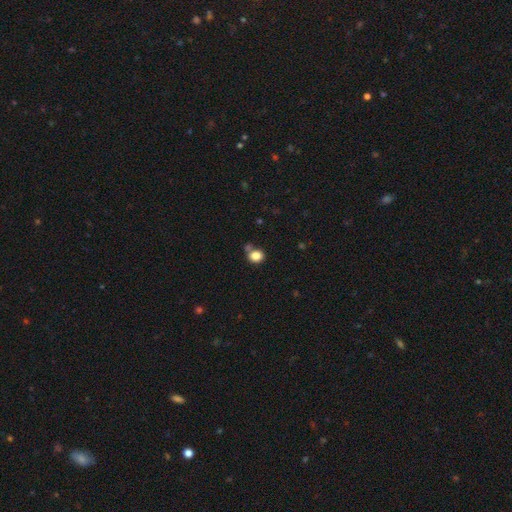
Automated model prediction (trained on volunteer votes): Smooth or featured? smooth (84%)
How rounded? round (65%)
Merging? none (62%)